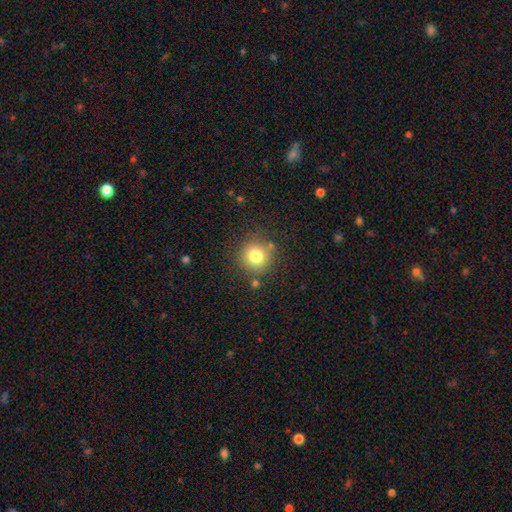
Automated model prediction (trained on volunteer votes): smooth-or-featured: smooth: 78% | star or artifact: 13% | featured or disk: 9%
  how-rounded: round: 94% | in between: 5% | cigar-shaped: 1%
  merging: none: 83% | minor disturbance: 9% | merger: 5% | major disturbance: 3%